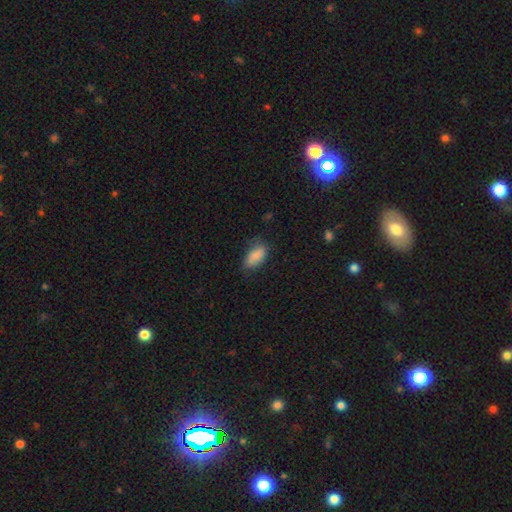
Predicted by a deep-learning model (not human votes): A smooth galaxy with no disk features (87%) that is in between round and cigar-shaped (91%).

Vote fractions:
- Smooth or featured? smooth: 87% / star or artifact: 7% / featured or disk: 6%
- How rounded? in between: 91% / cigar-shaped: 5% / round: 4%
- Merging? none: 66% / minor disturbance: 26% / major disturbance: 6% / merger: 1%